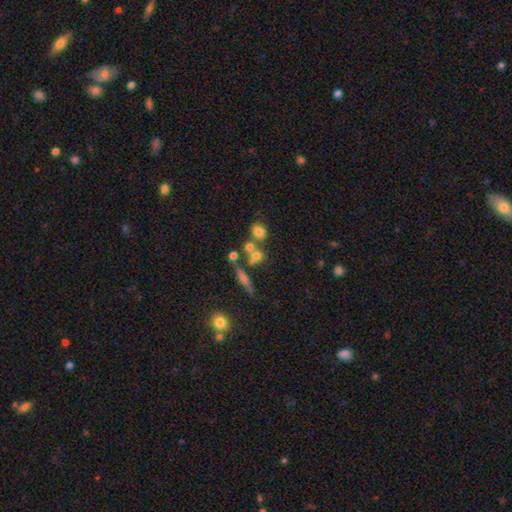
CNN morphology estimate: type=smooth (64%); roundness=round (66%); merging=none (43%).